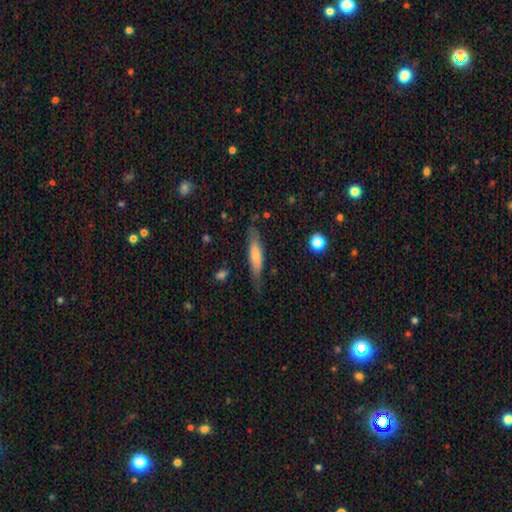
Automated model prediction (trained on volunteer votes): The model was most divided on "smooth or featured": smooth: 67%, featured or disk: 27%, star or artifact: 6%. More confident: how rounded — cigar-shaped (69%); merging — none (68%).